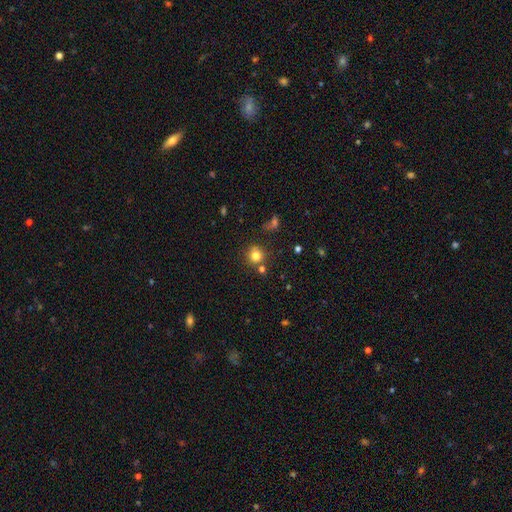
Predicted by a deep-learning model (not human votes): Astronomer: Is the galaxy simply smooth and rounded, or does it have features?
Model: smooth — 79%.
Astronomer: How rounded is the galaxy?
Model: round — 89%.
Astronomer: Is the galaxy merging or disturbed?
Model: none — 75%.